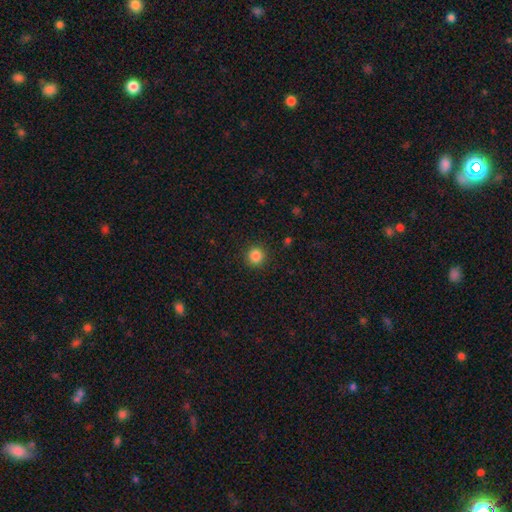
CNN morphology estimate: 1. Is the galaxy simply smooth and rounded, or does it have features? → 85% smooth, 11% star or artifact, 4% featured or disk.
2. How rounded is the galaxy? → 94% round, 5% in between, 1% cigar-shaped.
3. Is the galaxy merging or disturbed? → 91% none, 5% minor disturbance, 2% major disturbance, 1% merger.